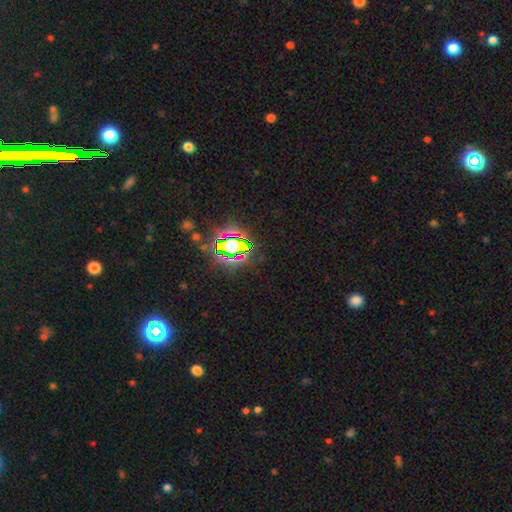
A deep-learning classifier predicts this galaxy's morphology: This is clearly a star or artifact rather than a galaxy (82%).